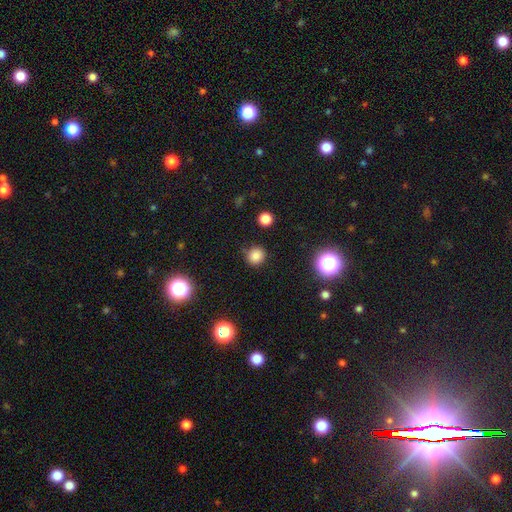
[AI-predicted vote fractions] This appears to be a smooth galaxy with no disk features (81%) that is round (91%). Merging: none (86%).